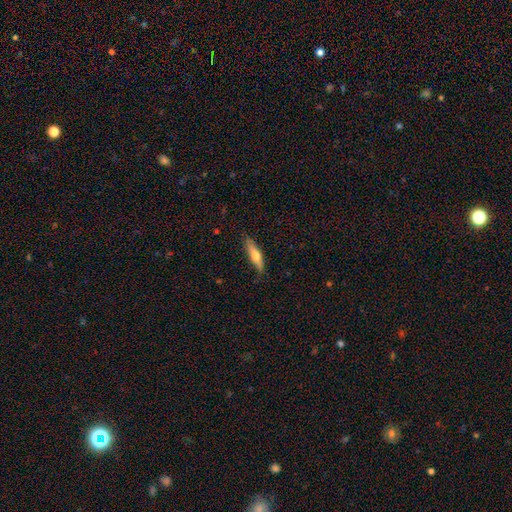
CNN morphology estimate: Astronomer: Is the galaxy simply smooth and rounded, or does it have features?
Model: smooth — 62%.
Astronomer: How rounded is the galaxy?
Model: cigar-shaped — 73%.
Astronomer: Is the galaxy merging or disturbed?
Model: none — 74%.